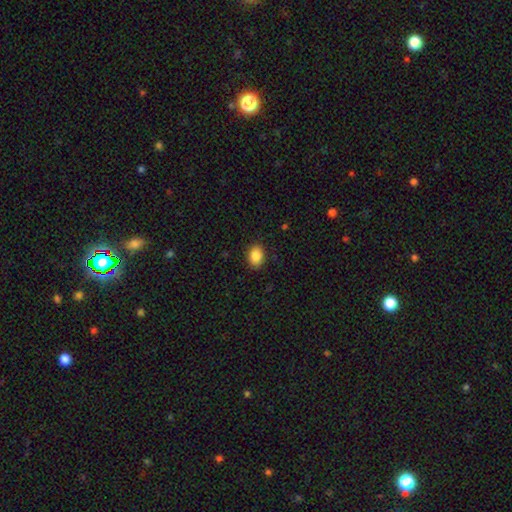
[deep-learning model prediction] smooth-or-featured: smooth: 88% | star or artifact: 8% | featured or disk: 4%
  how-rounded: in between: 73% | round: 26% | cigar-shaped: 1%
  merging: none: 88% | minor disturbance: 8% | major disturbance: 2% | merger: 1%